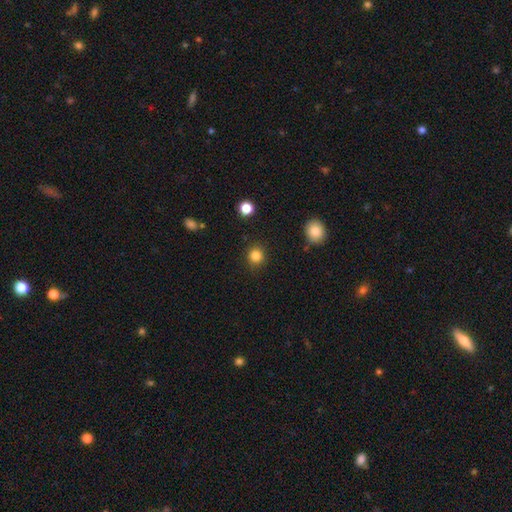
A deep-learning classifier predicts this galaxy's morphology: Smooth or featured: smooth — 84% (star or artifact — 12%)
How rounded: round — 90% (in between — 9%)
Merging: none — 89% (minor disturbance — 7%)